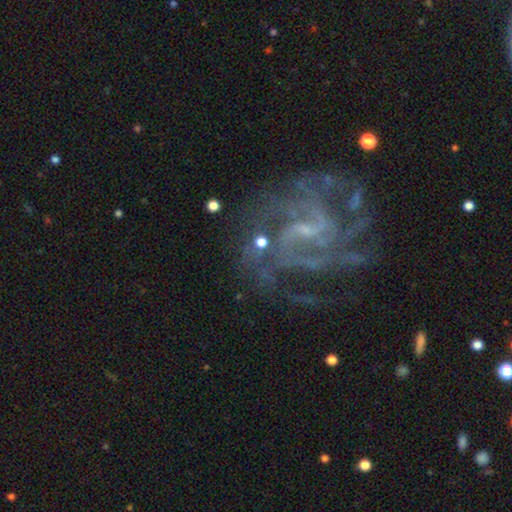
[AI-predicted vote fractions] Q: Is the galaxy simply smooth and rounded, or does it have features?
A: featured or disk — 84%.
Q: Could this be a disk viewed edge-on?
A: no — 98%.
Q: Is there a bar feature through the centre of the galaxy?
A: weak — 52%.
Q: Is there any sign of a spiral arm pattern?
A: yes — 94%.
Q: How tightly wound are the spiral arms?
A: medium — 45%.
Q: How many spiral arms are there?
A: can't tell — 26%.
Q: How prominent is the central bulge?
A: small — 65%.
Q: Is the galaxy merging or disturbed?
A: none — 67%.